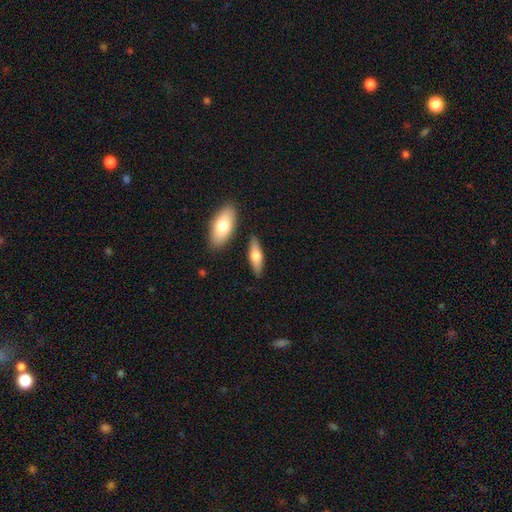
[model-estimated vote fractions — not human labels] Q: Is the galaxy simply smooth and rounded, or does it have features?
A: smooth — 64%.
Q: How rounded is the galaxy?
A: in between — 59%.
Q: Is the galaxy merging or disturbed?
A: none — 83%.